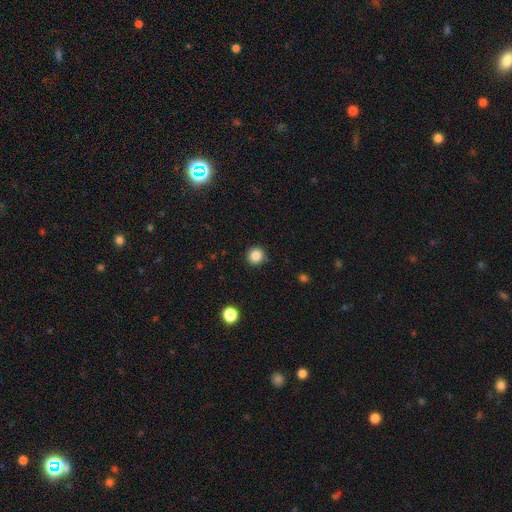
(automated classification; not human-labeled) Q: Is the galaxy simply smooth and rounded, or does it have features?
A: smooth — 85%.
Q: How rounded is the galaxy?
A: round — 95%.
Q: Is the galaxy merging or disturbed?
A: none — 91%.